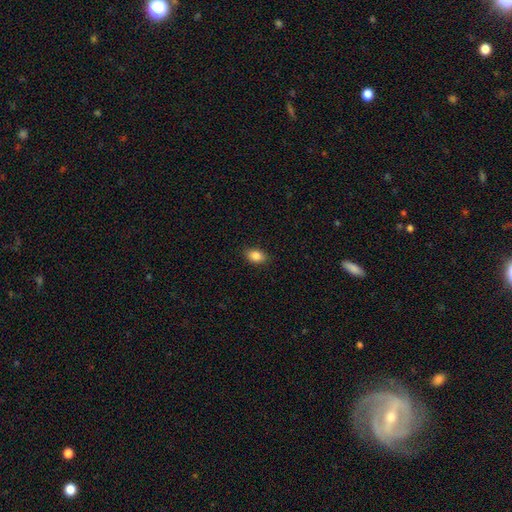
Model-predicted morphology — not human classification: This appears to be a smooth galaxy with no disk features (86%) that is in between round and cigar-shaped (84%). Merging: none (86%).